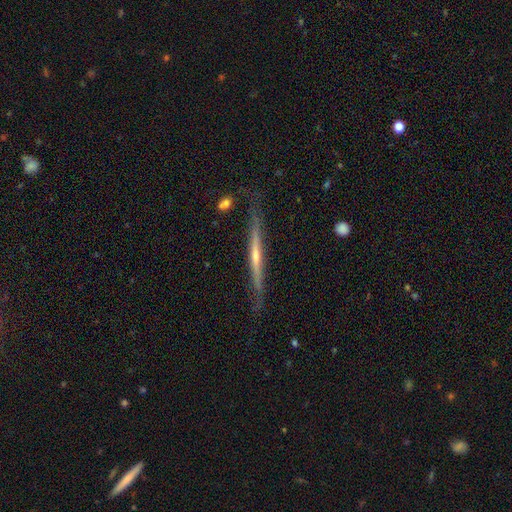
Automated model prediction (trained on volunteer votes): A featured or disk galaxy (76%) viewed edge-on (97%) with a rounded central bulge (62%).

Vote fractions:
- Smooth or featured? featured or disk: 76% / smooth: 17% / star or artifact: 7%
- Edge-on disk? yes: 97% / no: 3%
- Edge-on bulge? rounded: 62% / none: 32% / boxy: 6%
- Merging? none: 83% / minor disturbance: 13% / major disturbance: 2% / merger: 2%